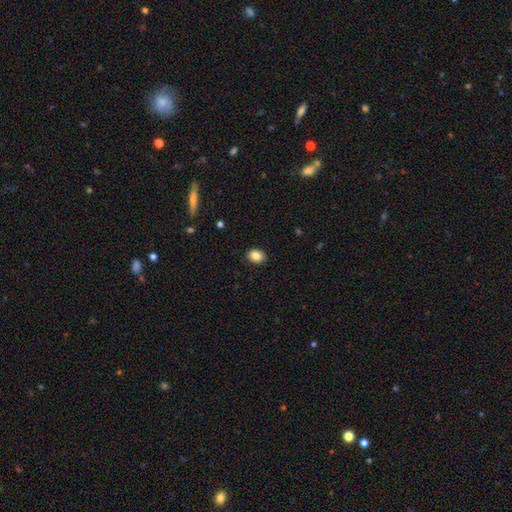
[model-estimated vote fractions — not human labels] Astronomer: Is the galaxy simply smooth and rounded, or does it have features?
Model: smooth — 87%.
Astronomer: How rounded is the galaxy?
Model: in between — 67%.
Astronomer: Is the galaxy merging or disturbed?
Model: none — 87%.